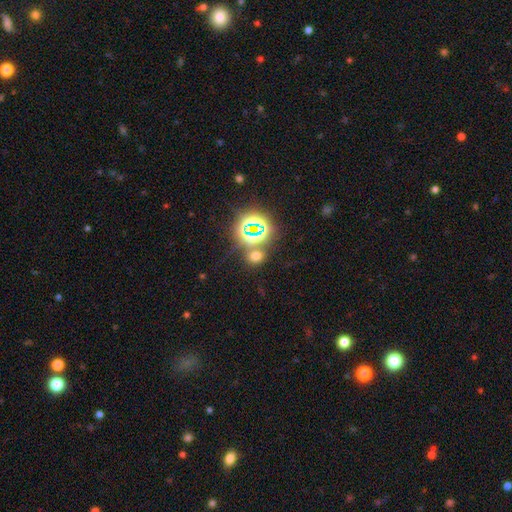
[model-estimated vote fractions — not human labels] This is possibly a smooth galaxy (49%). Merging: likely none (70%).